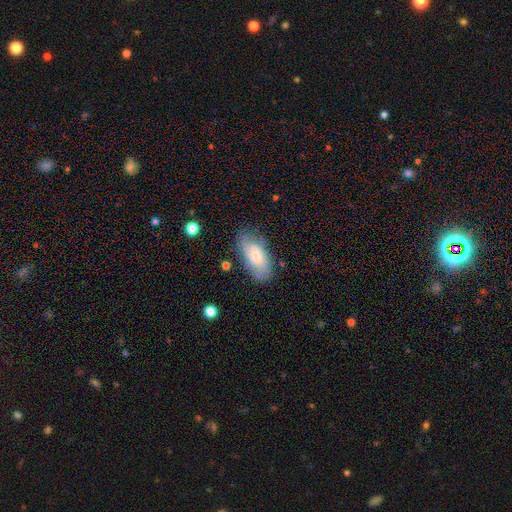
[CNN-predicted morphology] Smooth or featured? smooth (61%)
How rounded? in between (91%)
Merging? none (72%)